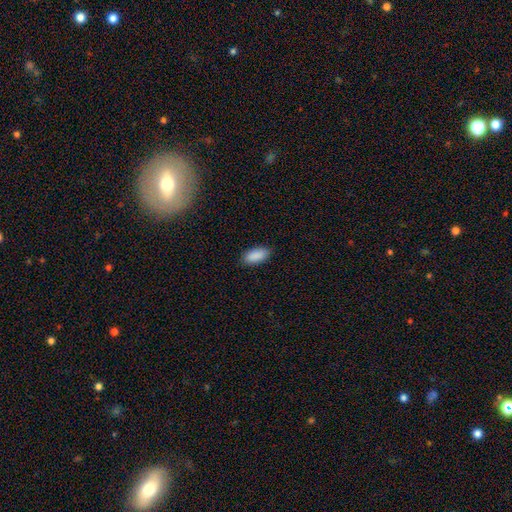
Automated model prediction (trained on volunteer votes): Smooth or featured? Predicted: smooth (p=0.90). How rounded? Predicted: in between (p=0.90). Merging? Predicted: none (p=0.87).